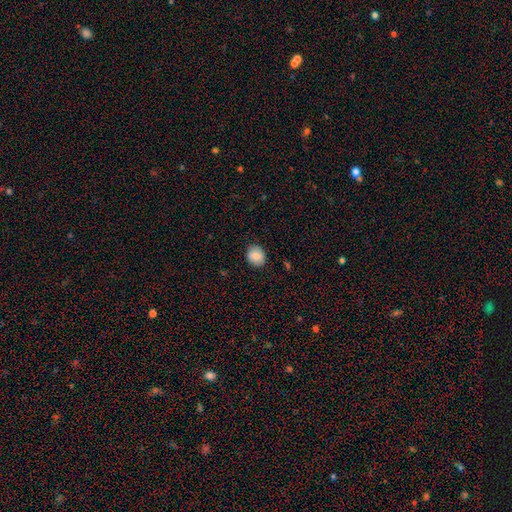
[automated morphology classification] Smooth or featured? smooth (85%)
How rounded? round (73%)
Merging? none (88%)